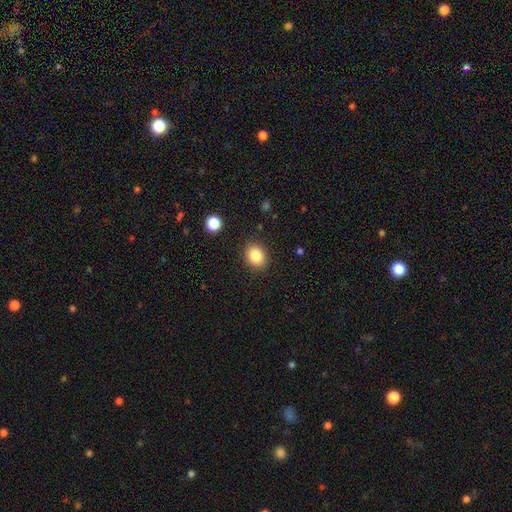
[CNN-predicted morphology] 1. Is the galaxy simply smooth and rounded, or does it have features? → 85% smooth, 10% star or artifact, 6% featured or disk.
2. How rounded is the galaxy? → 56% round, 43% in between, 1% cigar-shaped.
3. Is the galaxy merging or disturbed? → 88% none, 8% minor disturbance, 3% major disturbance, 1% merger.